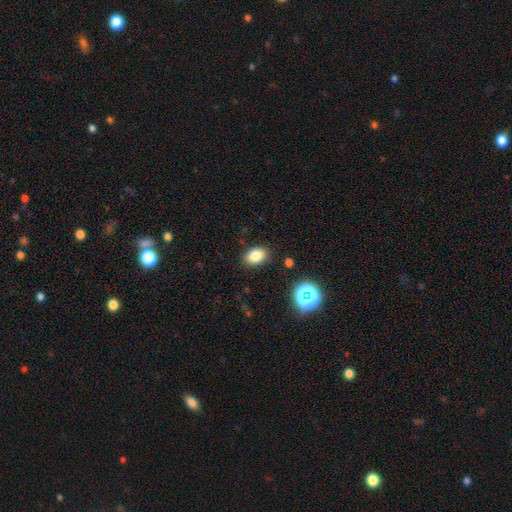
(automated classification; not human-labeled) Q: Smooth or featured?
A: smooth (81%); runner-up: star or artifact (12%)
Q: How rounded?
A: in between (83%); runner-up: round (16%)
Q: Merging?
A: none (86%); runner-up: minor disturbance (10%)